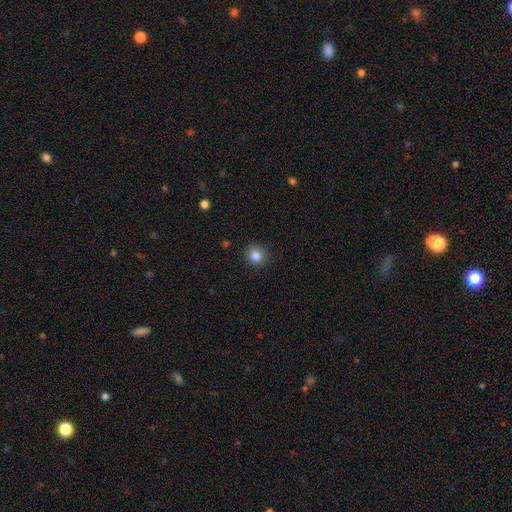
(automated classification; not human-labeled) Smooth or featured: smooth — 85% (star or artifact — 11%)
How rounded: round — 91% (in between — 8%)
Merging: none — 89% (minor disturbance — 8%)